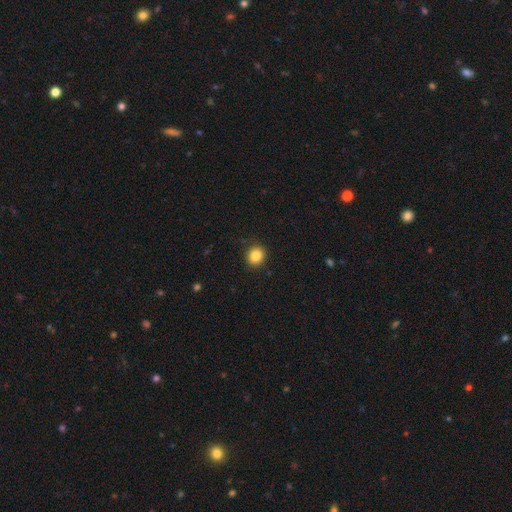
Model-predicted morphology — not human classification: This appears to be a smooth galaxy with no disk features (85%) that is round (87%). Merging: none (89%).